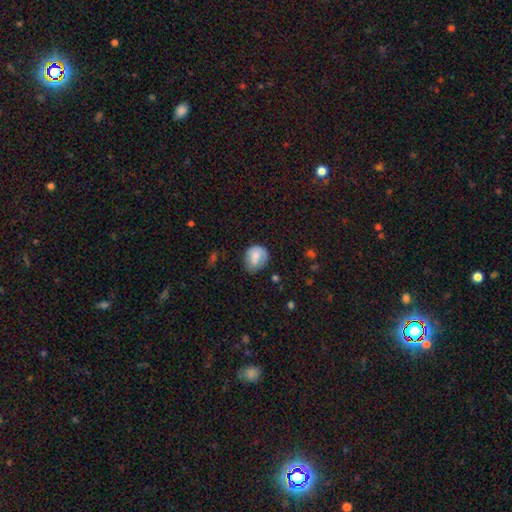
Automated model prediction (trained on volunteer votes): This is likely a smooth galaxy (72%). How rounded: likely round (62%). Merging: possibly none (58%).